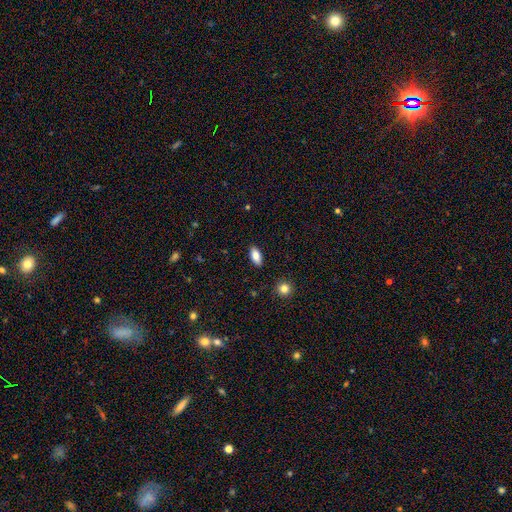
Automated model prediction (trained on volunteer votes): Q: Smooth or featured?
A: smooth (81%); runner-up: featured or disk (12%)
Q: How rounded?
A: in between (86%); runner-up: cigar-shaped (11%)
Q: Merging?
A: none (89%); runner-up: minor disturbance (8%)